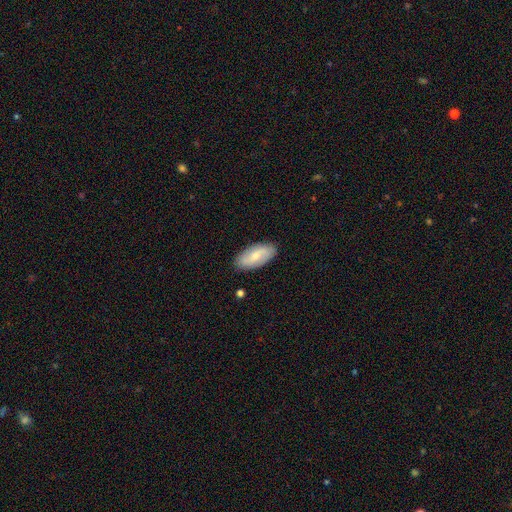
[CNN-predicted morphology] Smooth or featured: smooth — 53% (featured or disk — 41%)
How rounded: in between — 90% (cigar-shaped — 7%)
Merging: none — 86% (minor disturbance — 10%)